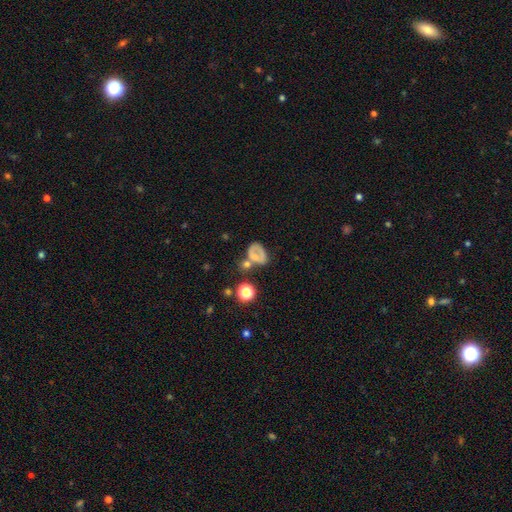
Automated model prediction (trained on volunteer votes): smooth 53%, featured or disk 32%, star or artifact 15%. Down the decision tree: how rounded — in between (63%); merging — none (43%).